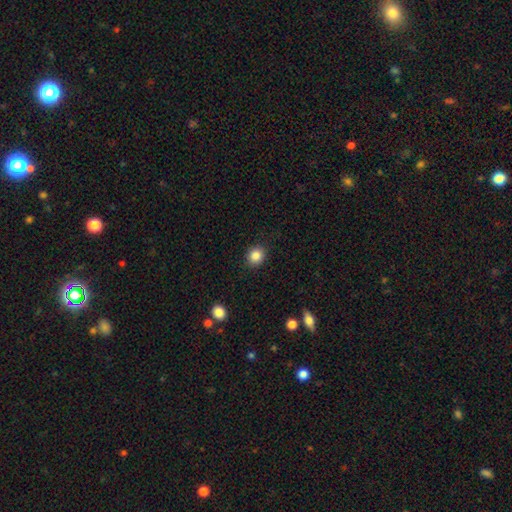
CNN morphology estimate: The model was most divided on "how rounded": round: 78%, in between: 21%, cigar-shaped: 1%. More confident: merging — none (90%); smooth or featured — smooth (86%).